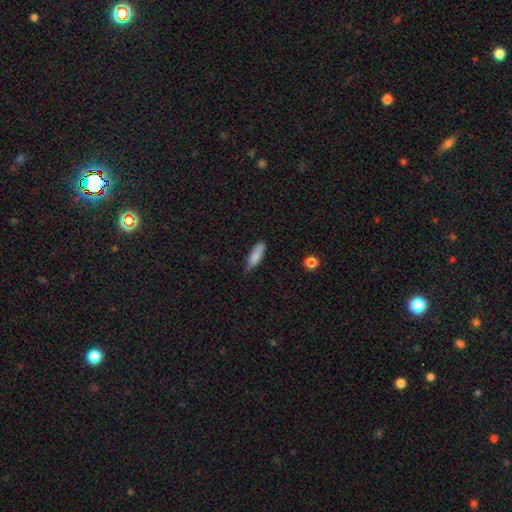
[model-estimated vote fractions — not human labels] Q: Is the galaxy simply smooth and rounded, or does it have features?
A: smooth — 84%.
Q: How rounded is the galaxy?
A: cigar-shaped — 53%.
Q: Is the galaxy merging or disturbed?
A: none — 67%.